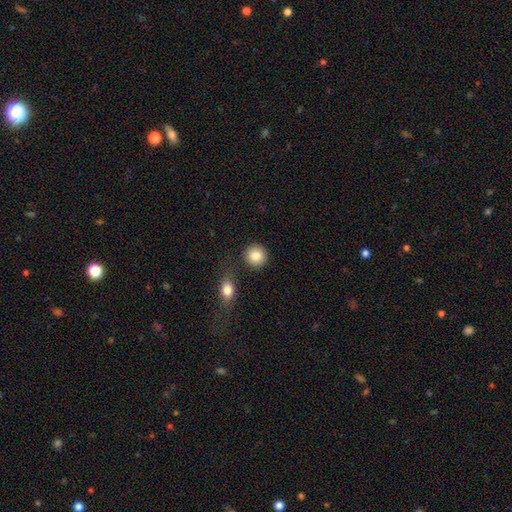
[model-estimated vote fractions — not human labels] A smooth galaxy with no disk features (85%) that is round (91%).

Vote fractions:
- Smooth or featured? smooth: 85% / star or artifact: 9% / featured or disk: 6%
- How rounded? round: 91% / in between: 8% / cigar-shaped: 1%
- Merging? none: 83% / minor disturbance: 8% / merger: 6% / major disturbance: 3%